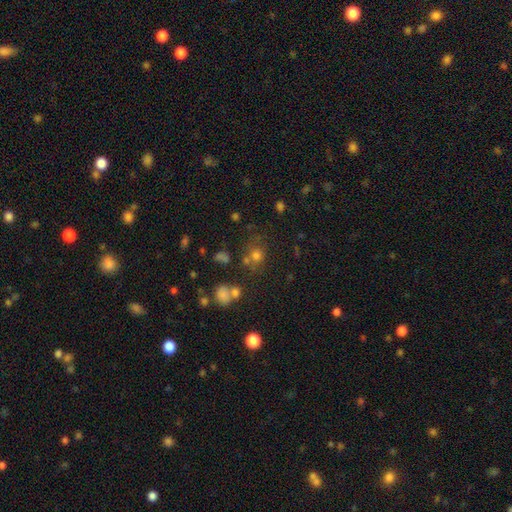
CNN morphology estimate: Smooth or featured: smooth — 61% (star or artifact — 29%)
How rounded: round — 82% (in between — 17%)
Merging: none — 66% (merger — 16%)